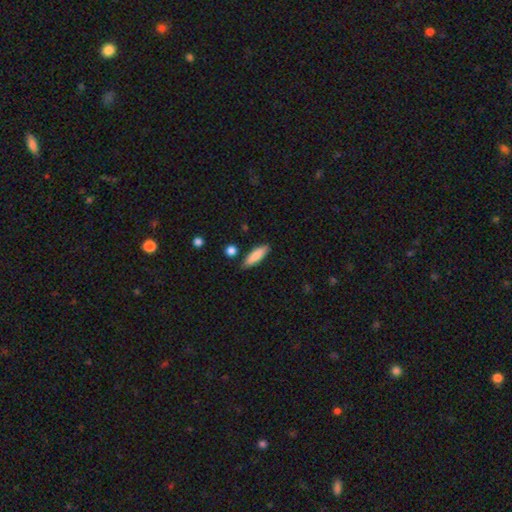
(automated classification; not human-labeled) Morphology: type=smooth (85%); roundness=cigar-shaped (54%); merging=none (82%).